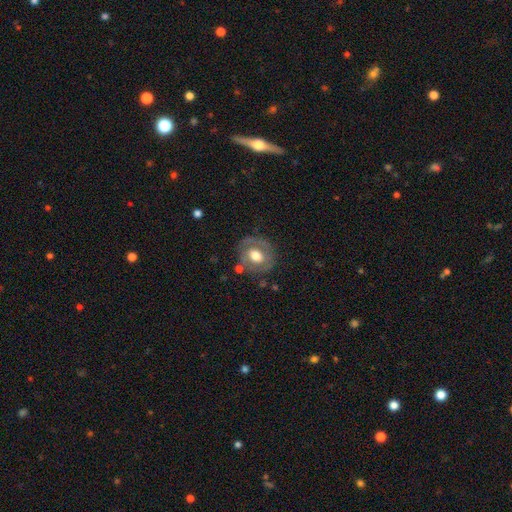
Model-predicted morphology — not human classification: The model was most divided on "smooth or featured": featured or disk: 50%, smooth: 43%, star or artifact: 7%. More confident: edge-on disk — no (96%); merging — none (71%).